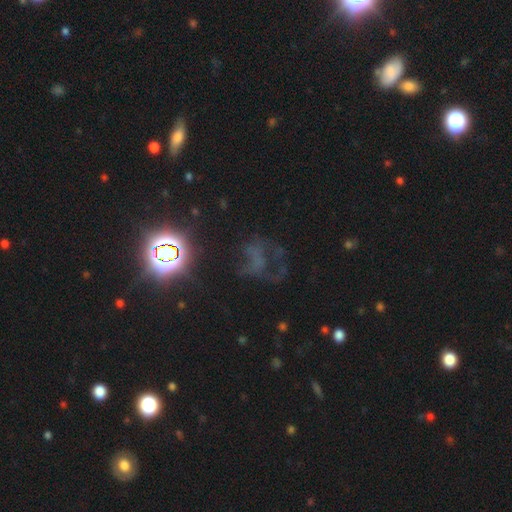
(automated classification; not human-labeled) Overall: star or artifact (45%; featured or disk 33%).